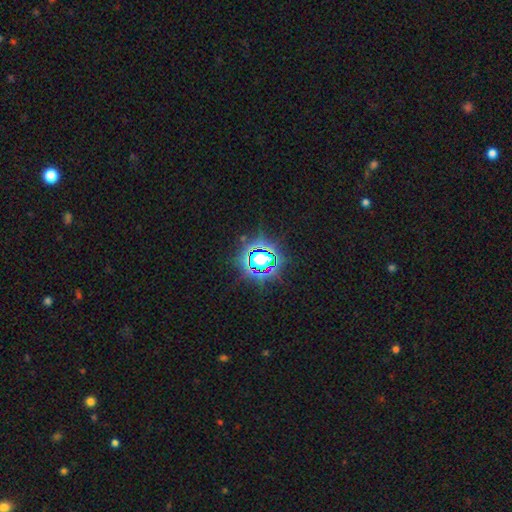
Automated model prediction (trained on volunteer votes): smooth-or-featured: star or artifact: 83% | smooth: 11% | featured or disk: 6%